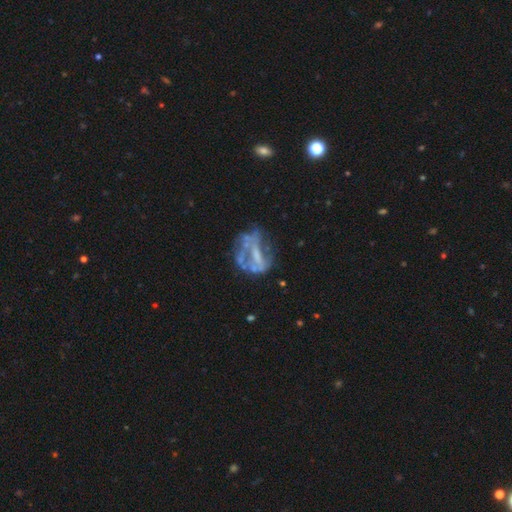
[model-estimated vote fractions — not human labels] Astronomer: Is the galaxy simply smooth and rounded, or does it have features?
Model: featured or disk — 69%.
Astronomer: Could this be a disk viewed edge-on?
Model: no — 97%.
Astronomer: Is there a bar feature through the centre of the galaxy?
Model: no — 58%.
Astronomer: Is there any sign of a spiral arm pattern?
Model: no — 74%.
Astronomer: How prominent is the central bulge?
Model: none — 57%.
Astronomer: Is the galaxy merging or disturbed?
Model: none — 40% (runner-up: major disturbance, 34%).